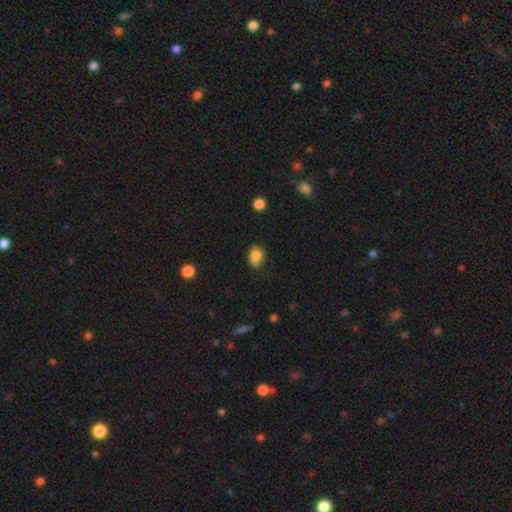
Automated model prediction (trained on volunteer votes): Smooth or featured? Predicted: smooth (p=0.84). How rounded? Predicted: in between (p=0.62). Merging? Predicted: none (p=0.70).